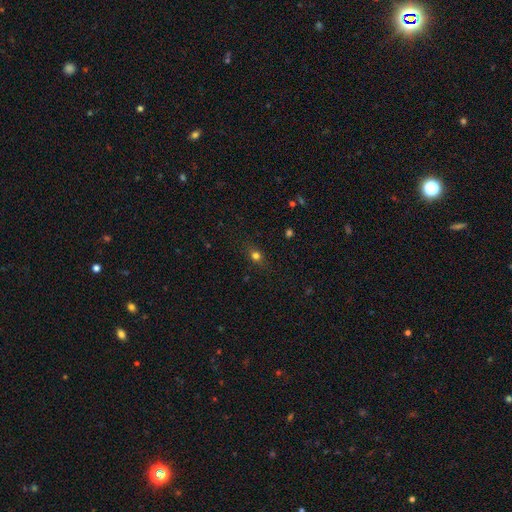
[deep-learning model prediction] smooth_or_featured: smooth (p=0.68) [alt: star or artifact p=0.19]
how_rounded: round (p=0.52) [alt: in between p=0.42]
merging: none (p=0.83) [alt: minor disturbance p=0.12]